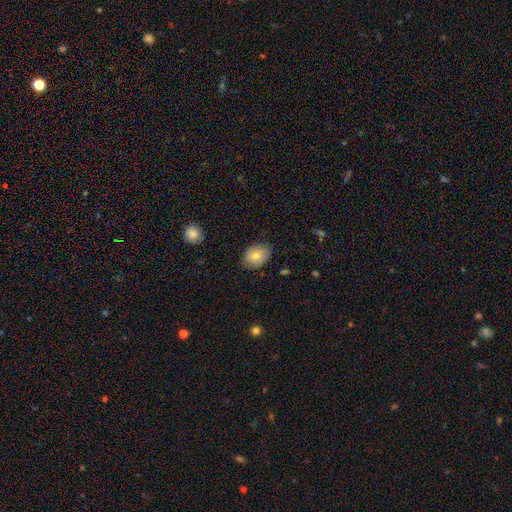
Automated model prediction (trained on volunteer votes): This appears to be a smooth galaxy with no disk features (76%) that is in between round and cigar-shaped (67%). Merging: none (83%).